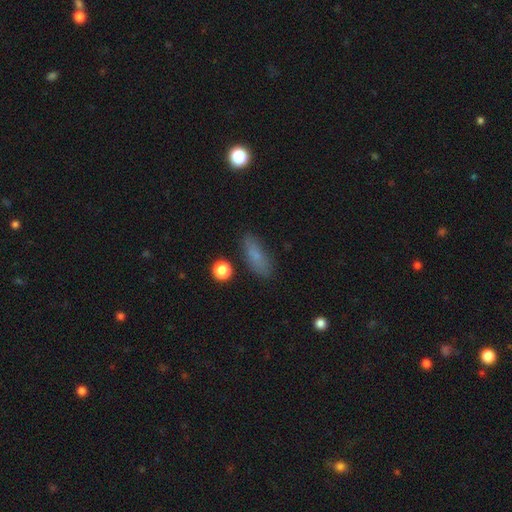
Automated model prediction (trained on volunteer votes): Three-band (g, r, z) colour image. It shows a smooth galaxy with no disk features (75%) that is in between round and cigar-shaped (62%). Merging: none (81%).